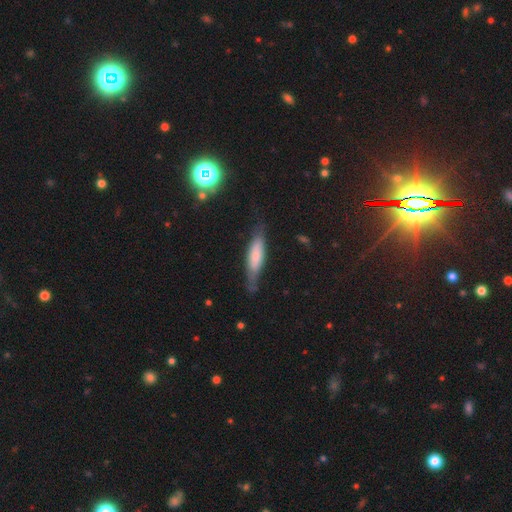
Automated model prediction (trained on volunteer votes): Smooth or featured? smooth (63%)
How rounded? cigar-shaped (68%)
Merging? none (69%)